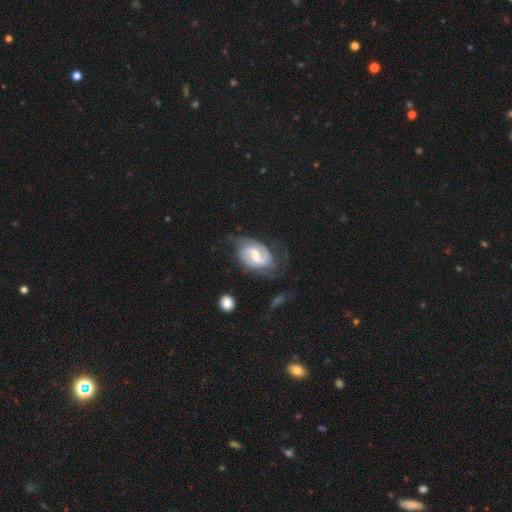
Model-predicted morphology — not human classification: Smooth or featured: featured or disk — 79% (smooth — 16%)
Edge-on disk: no — 97% (yes — 3%)
Bar: weak — 59% (strong — 23%)
Spiral arms: yes — 93% (no — 7%)
Spiral winding: medium — 48% (tight — 29%)
Spiral arm count: 2 — 79% (can't tell — 10%)
Bulge size: moderate — 43% (small — 37%)
Merging: none — 54% (minor disturbance — 25%)